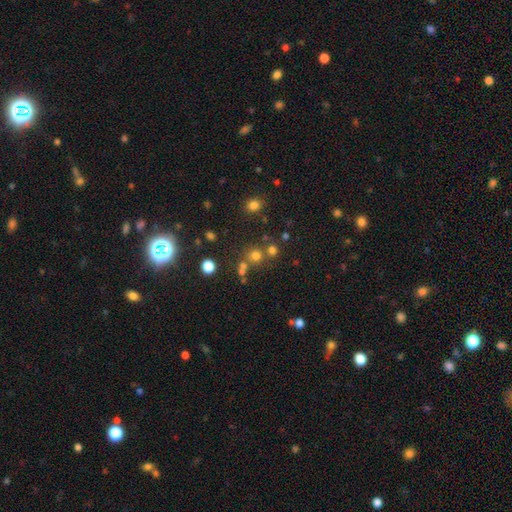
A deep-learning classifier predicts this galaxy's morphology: Smooth or featured? Predicted: smooth (p=0.66). How rounded? Predicted: round (p=0.89). Merging? Predicted: none (p=0.64).